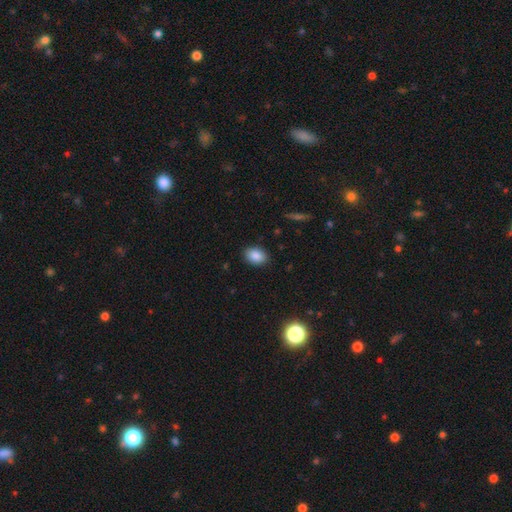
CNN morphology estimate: A smooth galaxy with no disk features (86%) that is in between round and cigar-shaped (75%).

Vote fractions:
- Smooth or featured? smooth: 86% / star or artifact: 9% / featured or disk: 5%
- How rounded? in between: 75% / round: 24% / cigar-shaped: 1%
- Merging? none: 88% / minor disturbance: 8% / major disturbance: 2% / merger: 1%